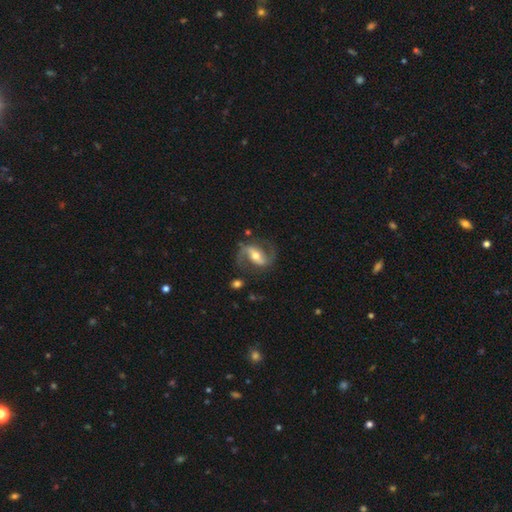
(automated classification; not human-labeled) Smooth or featured? featured or disk (87%)
Edge-on disk? no (97%)
Bar? strong (42%)
Spiral arms? yes (96%)
Spiral winding? medium (49%)
Spiral arm count? 2 (92%)
Bulge size? moderate (68%)
Merging? none (76%)